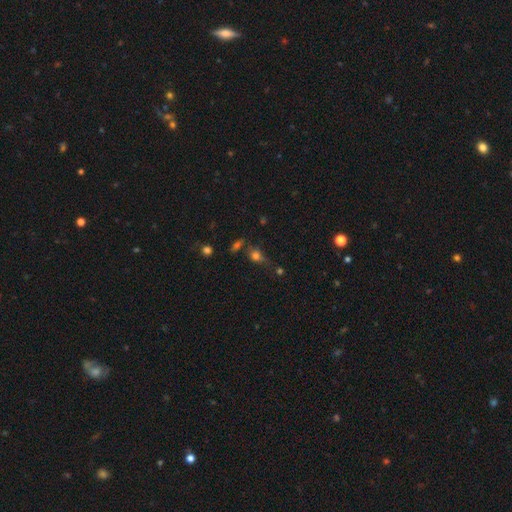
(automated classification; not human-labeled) Smooth or featured: smooth — 67% (star or artifact — 20%)
How rounded: round — 55% (in between — 40%)
Merging: none — 52% (minor disturbance — 22%)